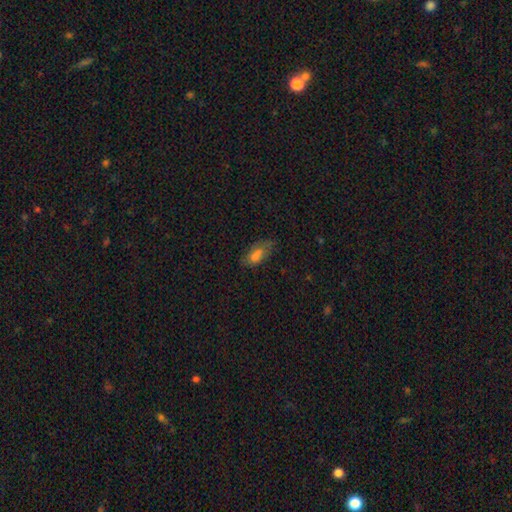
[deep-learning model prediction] A smooth galaxy with no disk features (63%) that is in between round and cigar-shaped (83%). Merging: none (46%).